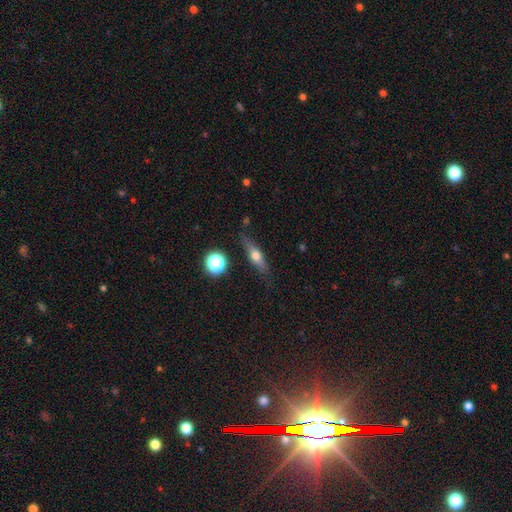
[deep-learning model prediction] A smooth galaxy with no disk features (48%). Merging: none (78%).